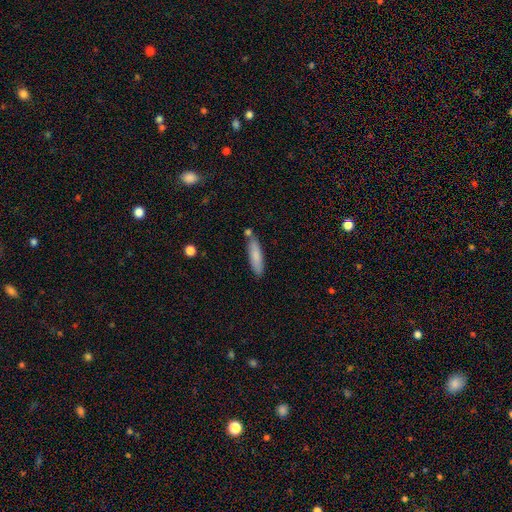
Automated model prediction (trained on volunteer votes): This appears to be a smooth galaxy with no disk features (80%) that is cigar-shaped (74%). Merging: none (73%).